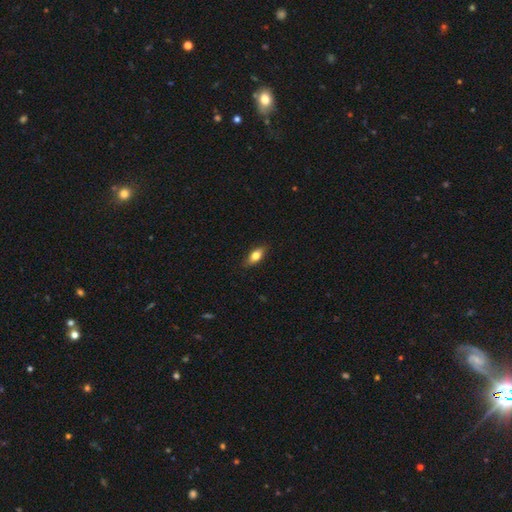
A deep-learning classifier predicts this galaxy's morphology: Smooth or featured? smooth (75%)
How rounded? in between (80%)
Merging? none (85%)